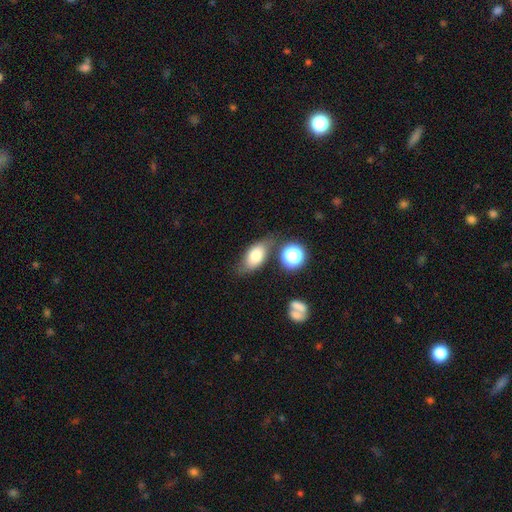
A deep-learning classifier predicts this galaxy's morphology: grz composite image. It shows a smooth galaxy with no disk features (73%) that is in between round and cigar-shaped (85%). Merging: none (65%).